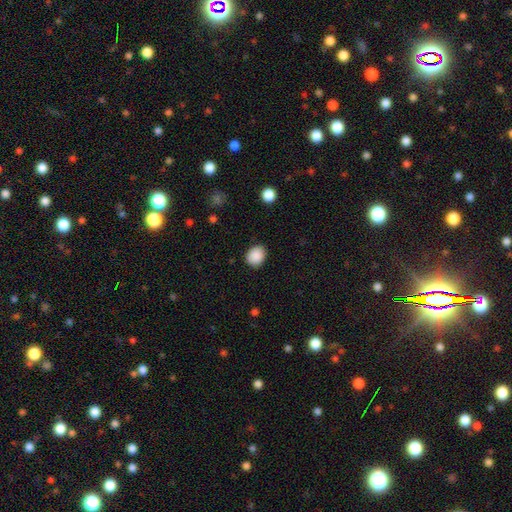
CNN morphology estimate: Smooth or featured?
  - smooth: 89% *
  - star or artifact: 8%
  - featured or disk: 3%
How rounded?
  - round: 54% *
  - in between: 45%
  - cigar-shaped: 1%
Merging?
  - none: 86% *
  - minor disturbance: 10%
  - major disturbance: 3%
  - merger: 1%